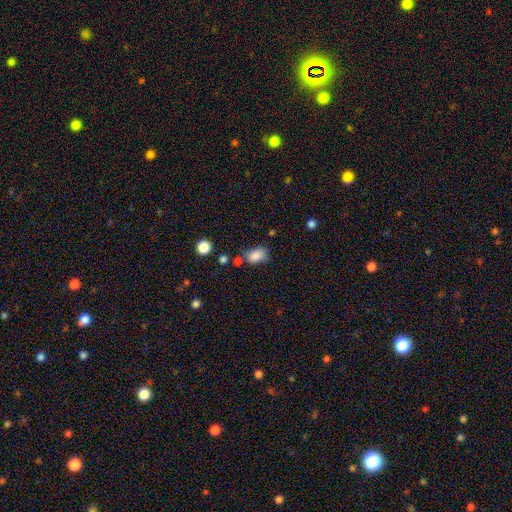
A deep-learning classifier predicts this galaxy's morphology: smooth-or-featured: smooth: 84% | star or artifact: 10% | featured or disk: 6%
  how-rounded: in between: 79% | round: 19% | cigar-shaped: 2%
  merging: none: 59% | minor disturbance: 24% | merger: 10% | major disturbance: 7%